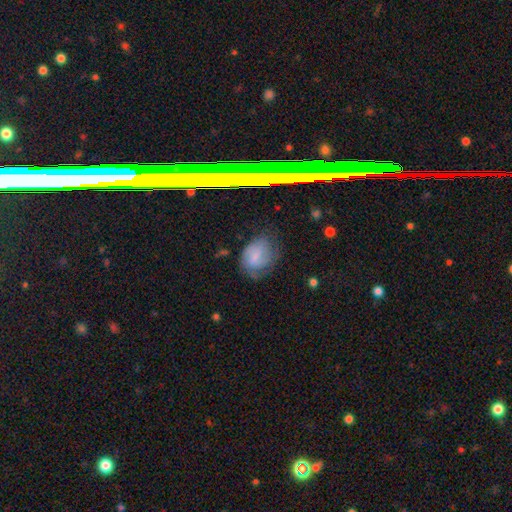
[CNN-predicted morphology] This is possibly a smooth galaxy (59%). How rounded: likely in between (67%). Merging: possibly none (52%).